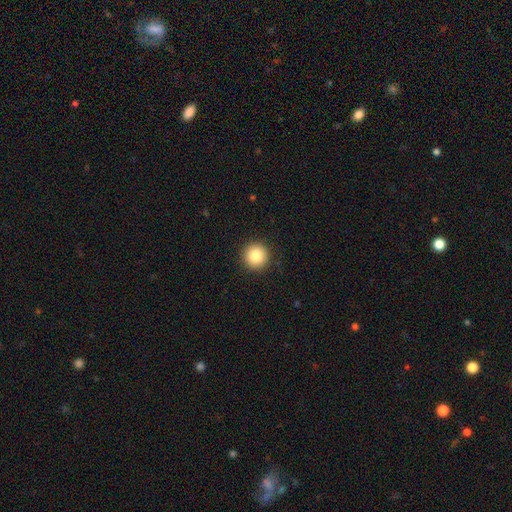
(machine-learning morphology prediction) A smooth galaxy with no disk features (85%) that is round (95%). Merging: none (92%).